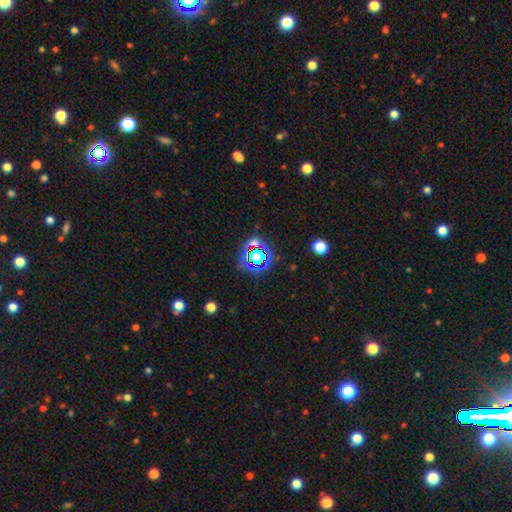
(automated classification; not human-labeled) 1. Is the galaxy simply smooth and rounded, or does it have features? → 65% star or artifact, 24% smooth, 11% featured or disk.